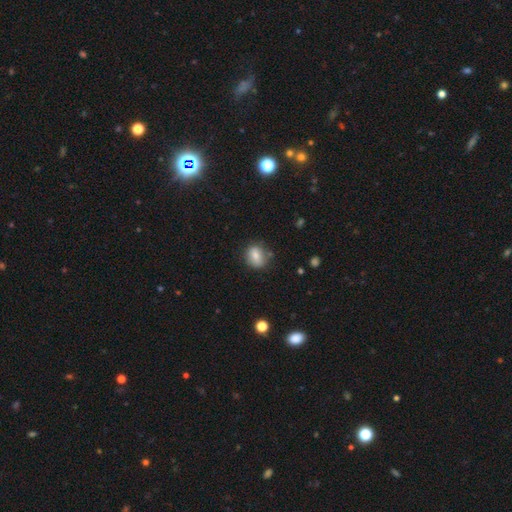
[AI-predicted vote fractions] smooth_or_featured: smooth (p=0.78) [alt: featured or disk p=0.12]
how_rounded: round (p=0.55) [alt: in between p=0.43]
merging: none (p=0.74) [alt: minor disturbance p=0.17]